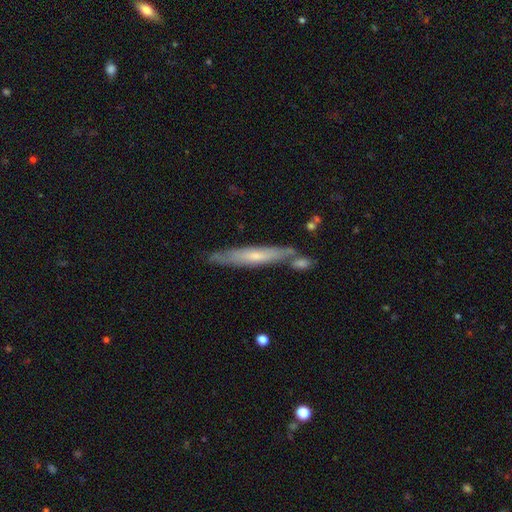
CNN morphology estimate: type=featured or disk (51%); edge-on=yes (80%); merging=none (68%).